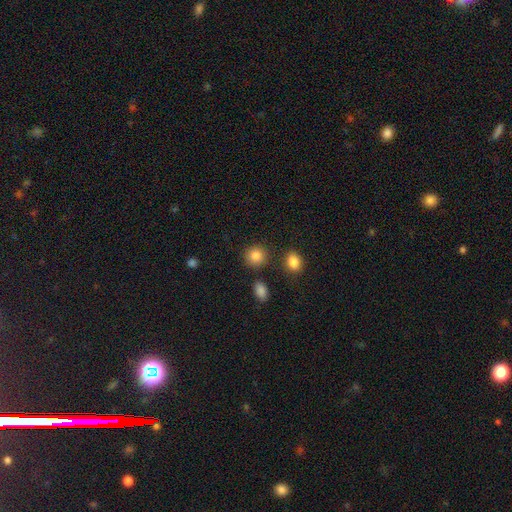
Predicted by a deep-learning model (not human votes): Morphology: type=smooth (86%); roundness=round (87%); merging=none (83%).